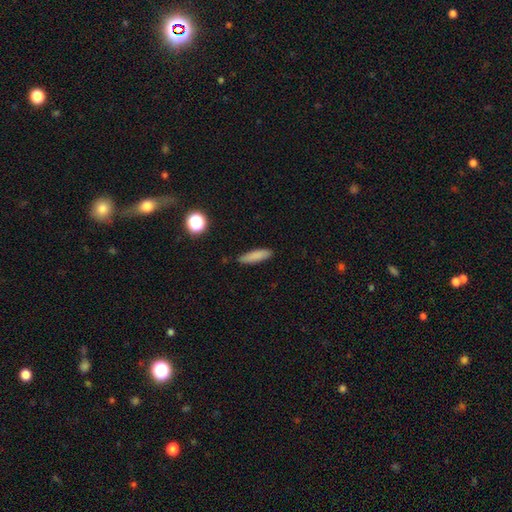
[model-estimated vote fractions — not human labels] Overall: smooth (83%). How rounded: cigar-shaped (69%). Merging: none (83%).